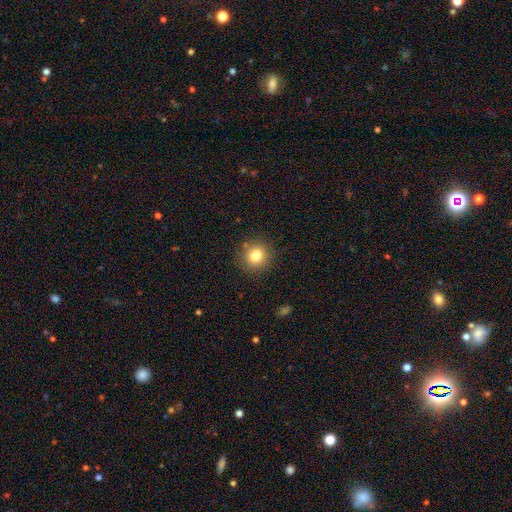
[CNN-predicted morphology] This is clearly a smooth galaxy (80%). How rounded: clearly round (90%). Merging: clearly none (87%).